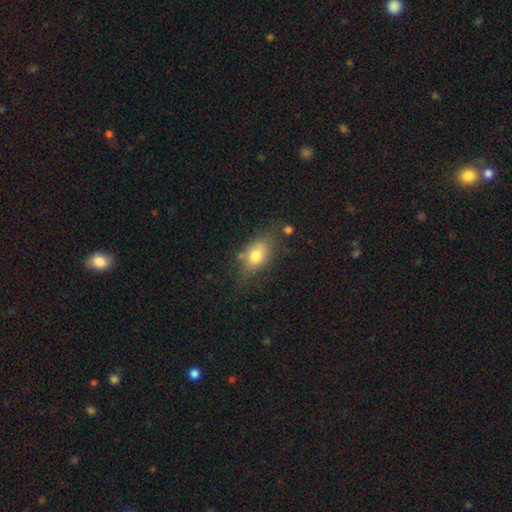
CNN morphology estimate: smooth 75%, featured or disk 15%, star or artifact 9%. Down the decision tree: how rounded — in between (81%); merging — none (65%).